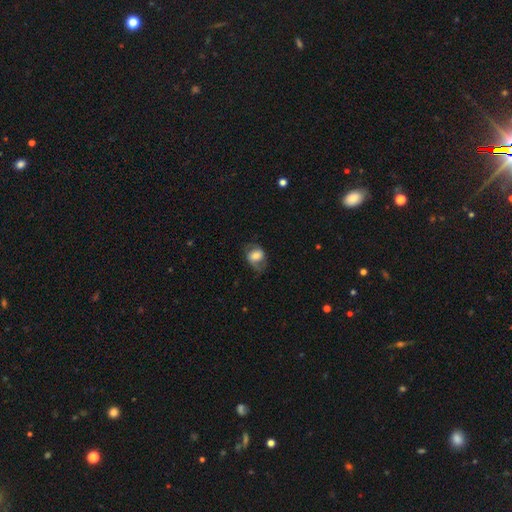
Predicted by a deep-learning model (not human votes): This appears to be a smooth galaxy with no disk features (55%) that is in between round and cigar-shaped (58%). Merging: none (63%).